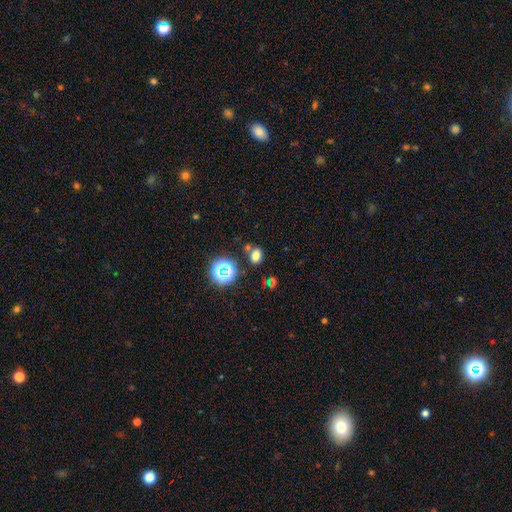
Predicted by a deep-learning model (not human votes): smooth_or_featured: smooth (p=0.70) [alt: star or artifact p=0.23]
how_rounded: in between (p=0.62) [alt: round p=0.37]
merging: none (p=0.73) [alt: merger p=0.12]